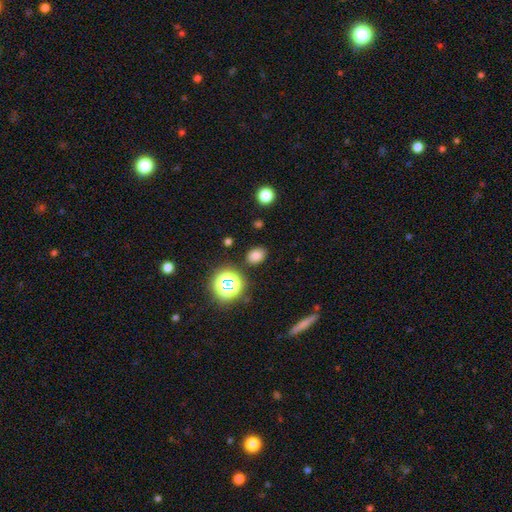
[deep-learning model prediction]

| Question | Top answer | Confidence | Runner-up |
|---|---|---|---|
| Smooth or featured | smooth | 76% | star or artifact (19%) |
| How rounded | in between | 64% | round (35%) |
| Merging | none | 85% | minor disturbance (10%) |